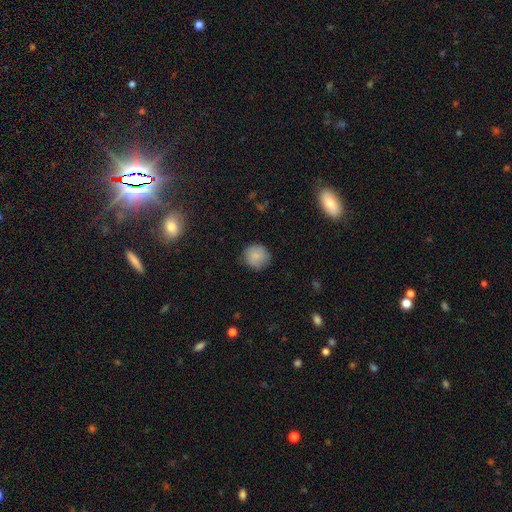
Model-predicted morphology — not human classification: The model was most divided on "merging": none: 81%, minor disturbance: 15%, major disturbance: 3%, merger: 1%. More confident: how rounded — round (87%); smooth or featured — smooth (83%).